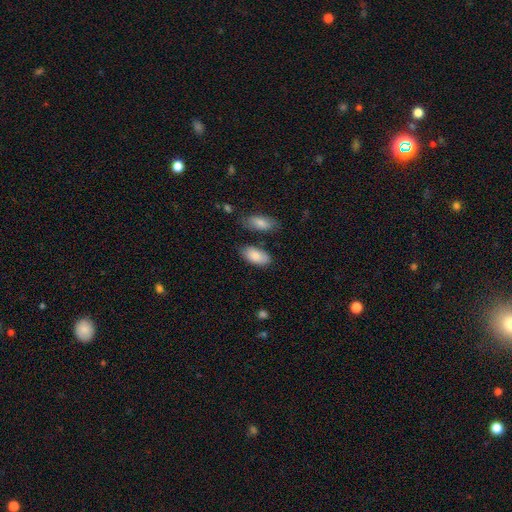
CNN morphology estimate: A smooth galaxy with no disk features (87%) that is in between round and cigar-shaped (93%).

Vote fractions:
- Smooth or featured? smooth: 87% / featured or disk: 7% / star or artifact: 6%
- How rounded? in between: 93% / cigar-shaped: 4% / round: 3%
- Merging? none: 73% / minor disturbance: 17% / merger: 7% / major disturbance: 4%